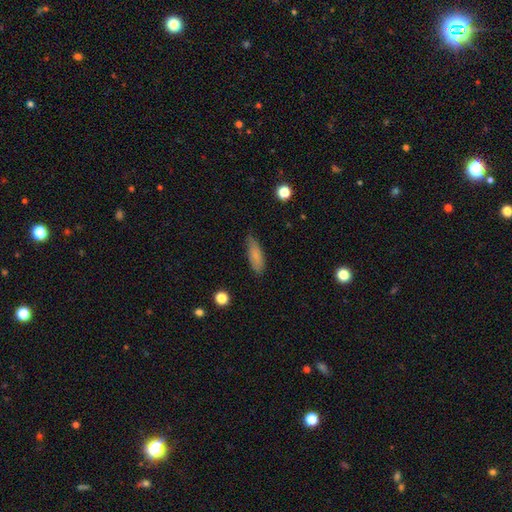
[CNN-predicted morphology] Smooth or featured? Predicted: smooth (p=0.80). How rounded? Predicted: in between (p=0.53). Merging? Predicted: none (p=0.81).